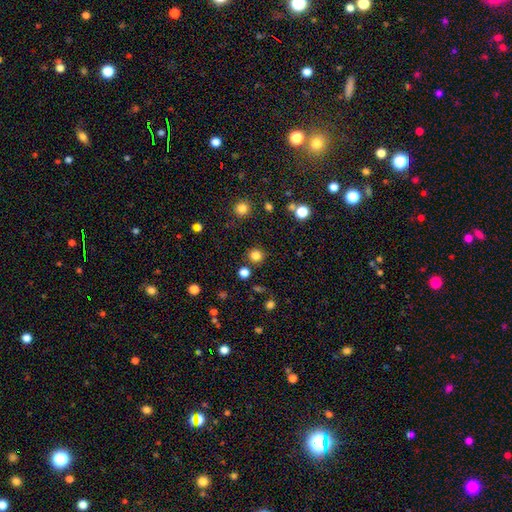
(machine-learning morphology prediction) Overall: smooth (82%). How rounded: round (93%). Merging: none (88%).